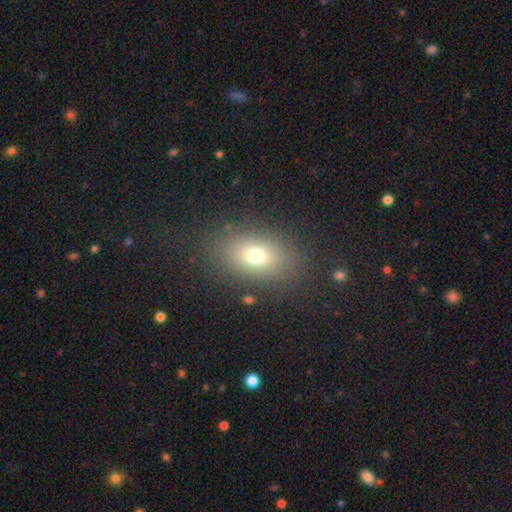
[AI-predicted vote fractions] smooth 72%, star or artifact 14%, featured or disk 14%. Down the decision tree: how rounded — in between (78%); merging — none (84%).